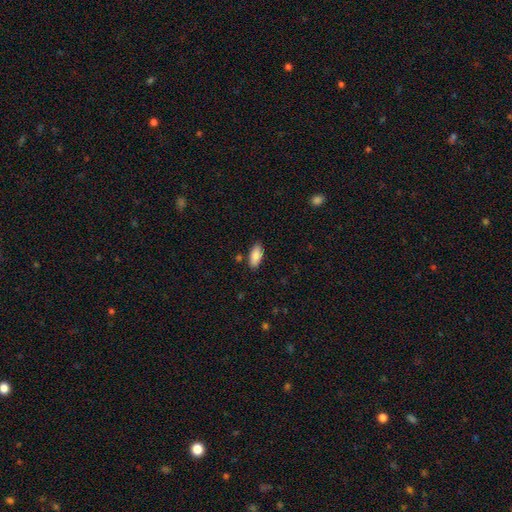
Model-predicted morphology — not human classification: Q: Smooth or featured?
A: smooth (88%); runner-up: star or artifact (6%)
Q: How rounded?
A: in between (89%); runner-up: cigar-shaped (9%)
Q: Merging?
A: none (84%); runner-up: minor disturbance (11%)